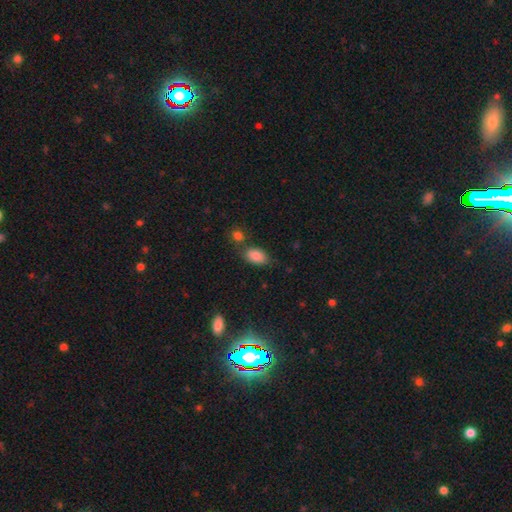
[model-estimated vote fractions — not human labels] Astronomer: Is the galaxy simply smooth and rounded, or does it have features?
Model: smooth — 85%.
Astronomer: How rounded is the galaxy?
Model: in between — 90%.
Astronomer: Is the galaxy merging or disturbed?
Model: none — 67%.